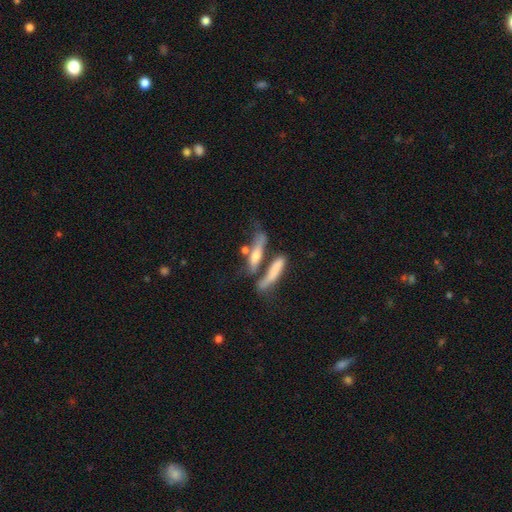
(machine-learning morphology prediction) featured or disk 47%, smooth 28%, star or artifact 25%. Down the decision tree: merging — none (48%).